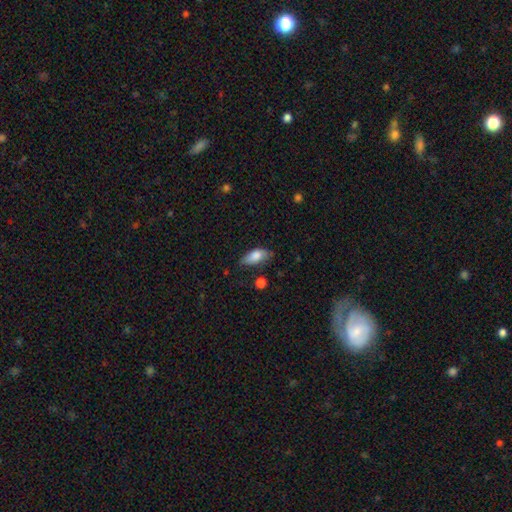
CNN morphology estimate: smooth-or-featured: smooth: 80% | featured or disk: 13% | star or artifact: 7%
  how-rounded: in between: 86% | cigar-shaped: 11% | round: 3%
  merging: none: 63% | minor disturbance: 28% | major disturbance: 6% | merger: 3%